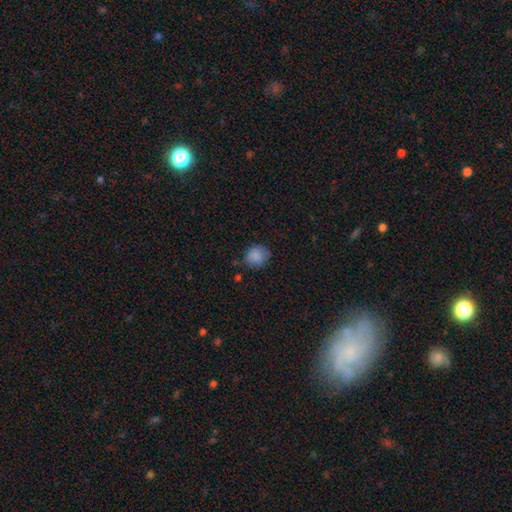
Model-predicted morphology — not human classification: type=smooth (84%); roundness=round (79%); merging=none (65%).